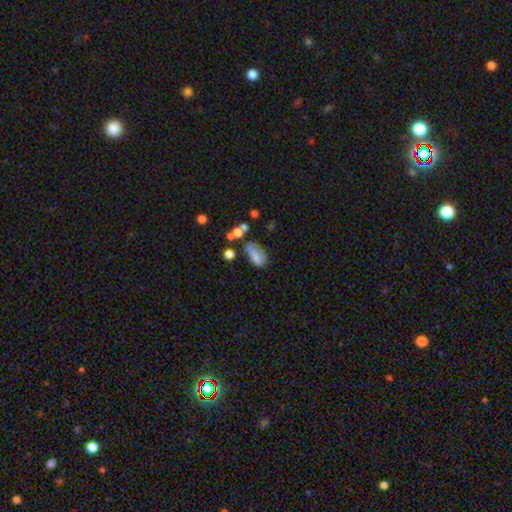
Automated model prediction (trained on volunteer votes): This appears to be a smooth galaxy with no disk features (69%) that is in between round and cigar-shaped (85%). Merging: none (36%).